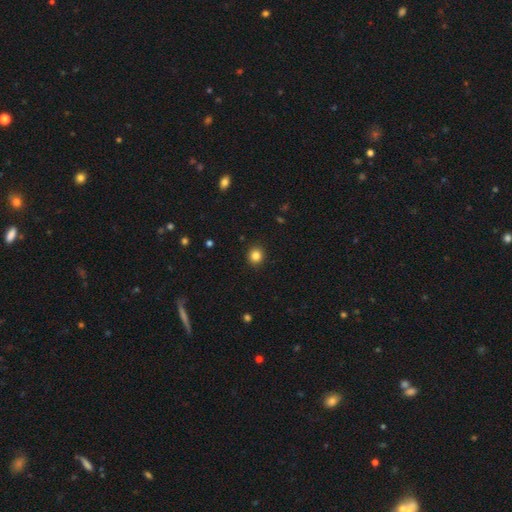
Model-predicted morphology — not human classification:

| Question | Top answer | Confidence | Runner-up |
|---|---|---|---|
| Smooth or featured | smooth | 84% | star or artifact (12%) |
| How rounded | round | 88% | in between (11%) |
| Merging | none | 92% | minor disturbance (5%) |